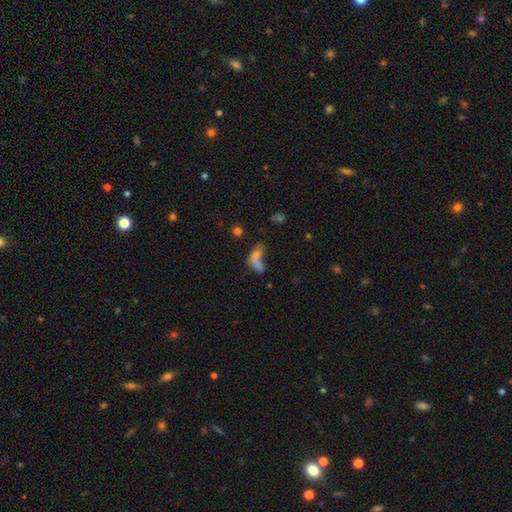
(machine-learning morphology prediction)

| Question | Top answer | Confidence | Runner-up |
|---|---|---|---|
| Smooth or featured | smooth | 59% | featured or disk (23%) |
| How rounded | in between | 68% | cigar-shaped (17%) |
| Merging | merger | 34% | major disturbance (27%) |